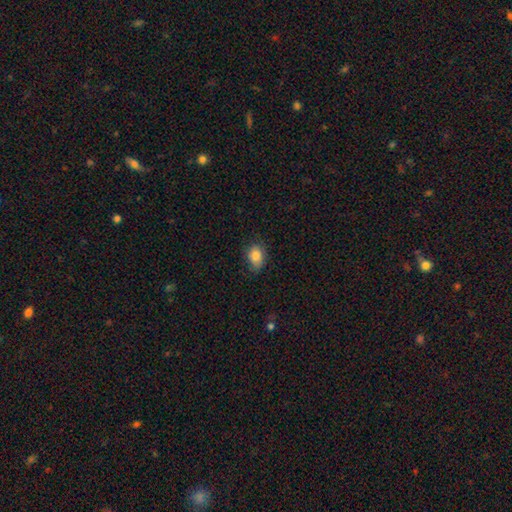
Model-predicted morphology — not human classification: The model was most divided on "how rounded": in between: 74%, round: 25%, cigar-shaped: 1%. More confident: smooth or featured — smooth (83%); merging — none (75%).